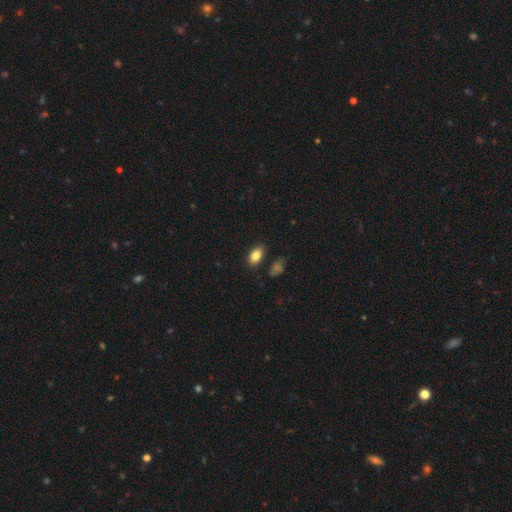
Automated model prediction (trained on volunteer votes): Q: Smooth or featured?
A: smooth (84%); runner-up: star or artifact (8%)
Q: How rounded?
A: in between (89%); runner-up: round (8%)
Q: Merging?
A: none (81%); runner-up: minor disturbance (13%)